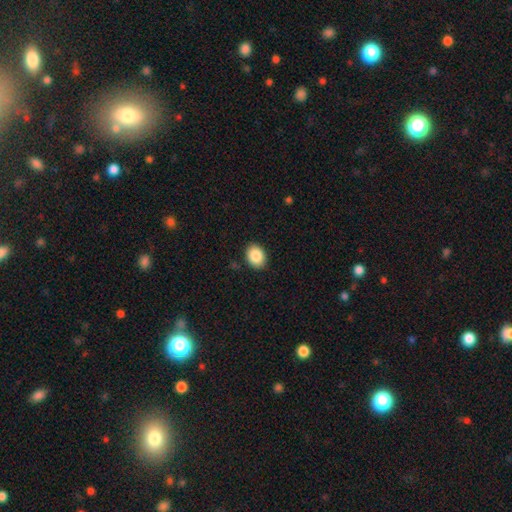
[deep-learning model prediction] This is clearly a smooth galaxy (87%). How rounded: likely in between (61%). Merging: clearly none (89%).